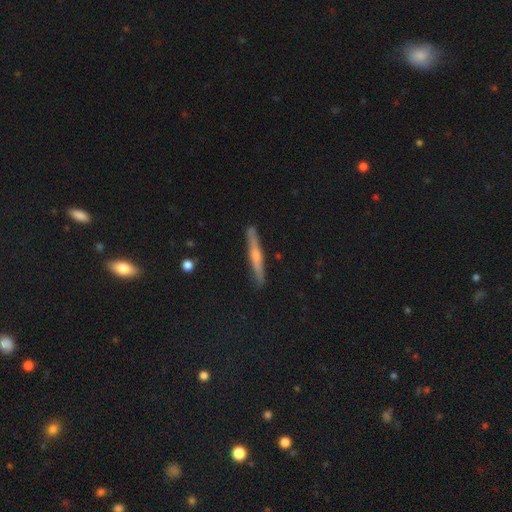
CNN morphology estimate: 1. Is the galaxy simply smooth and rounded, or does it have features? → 60% featured or disk, 32% smooth, 8% star or artifact.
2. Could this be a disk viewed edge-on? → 96% yes, 4% no.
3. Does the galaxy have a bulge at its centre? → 64% rounded, 25% none, 11% boxy.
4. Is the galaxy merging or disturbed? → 89% none, 8% minor disturbance, 2% major disturbance, 1% merger.